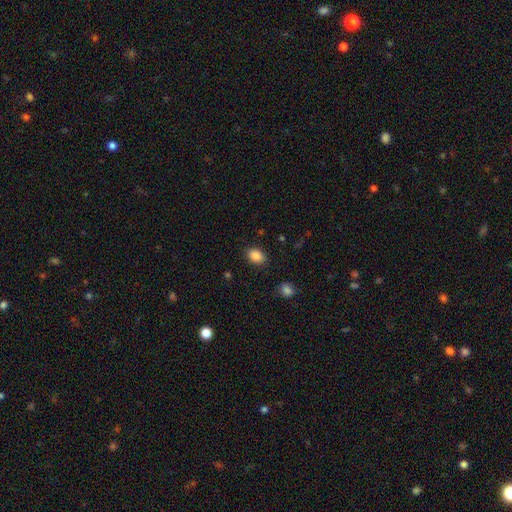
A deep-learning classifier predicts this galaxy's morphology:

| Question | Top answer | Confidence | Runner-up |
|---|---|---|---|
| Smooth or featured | smooth | 86% | star or artifact (9%) |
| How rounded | in between | 79% | round (20%) |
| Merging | none | 87% | minor disturbance (9%) |